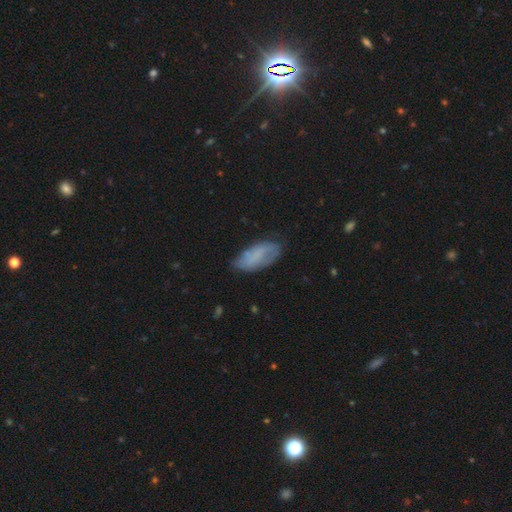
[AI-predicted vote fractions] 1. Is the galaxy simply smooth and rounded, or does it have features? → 64% smooth, 27% featured or disk, 8% star or artifact.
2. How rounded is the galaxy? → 88% in between, 10% cigar-shaped, 2% round.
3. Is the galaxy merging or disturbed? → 64% none, 26% minor disturbance, 8% major disturbance, 2% merger.